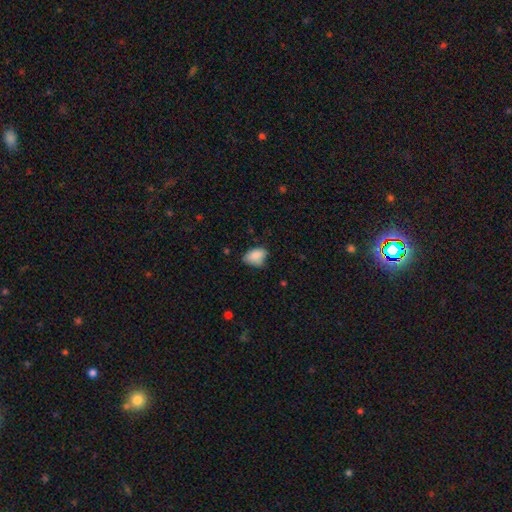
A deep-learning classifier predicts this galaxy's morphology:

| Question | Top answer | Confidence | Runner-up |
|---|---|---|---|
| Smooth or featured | smooth | 85% | star or artifact (8%) |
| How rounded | in between | 83% | round (15%) |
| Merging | none | 56% | minor disturbance (35%) |